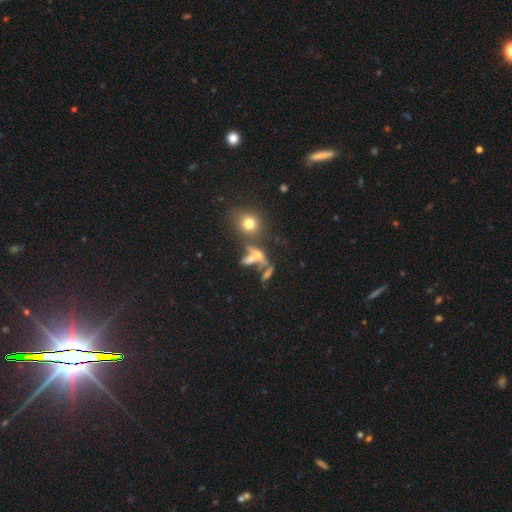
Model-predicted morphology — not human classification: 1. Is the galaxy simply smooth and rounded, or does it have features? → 41% featured or disk, 33% smooth, 26% star or artifact.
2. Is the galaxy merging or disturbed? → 37% none, 33% merger, 17% major disturbance, 13% minor disturbance.